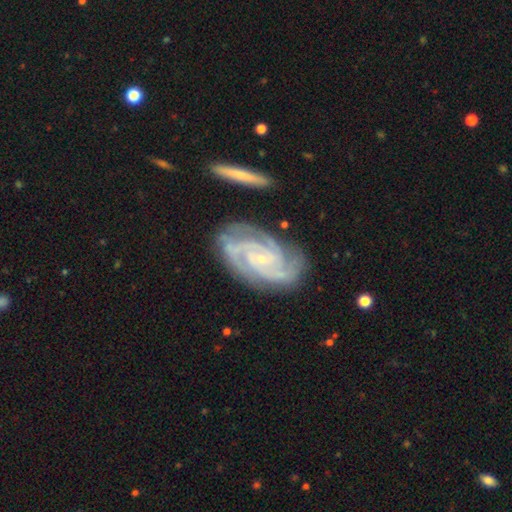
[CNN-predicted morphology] Overall: featured or disk (88%). Edge-on disk: no (96%). Bar: no (57%; weak 31%). Spiral arms: yes (98%). Spiral arm count: 3 (34%; 2 23%). Spiral winding: tight (65%; medium 30%). Bulge size: small (80%). Merging: none (73%).